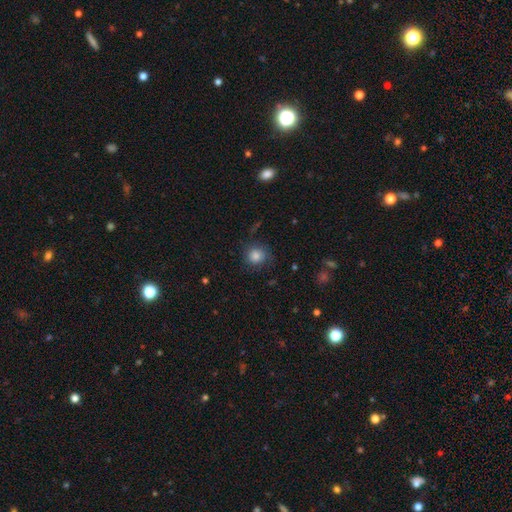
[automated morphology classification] smooth_or_featured: smooth (p=0.73) [alt: featured or disk p=0.17]
how_rounded: round (p=0.85) [alt: in between p=0.14]
merging: none (p=0.69) [alt: minor disturbance p=0.19]